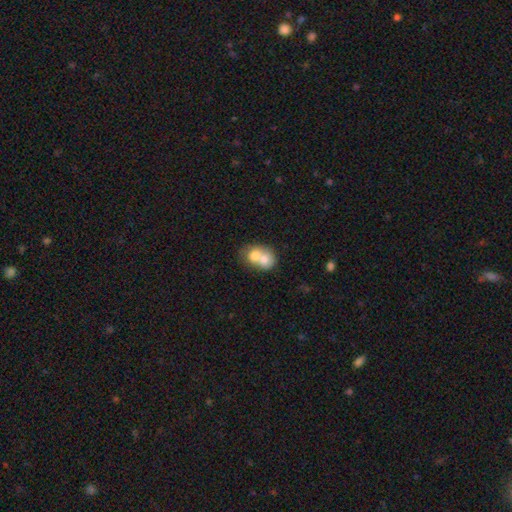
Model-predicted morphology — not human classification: type=smooth (68%); roundness=round (57%); merging=merger (74%).